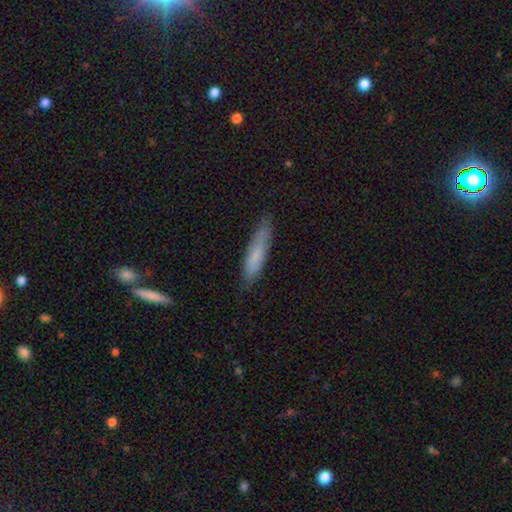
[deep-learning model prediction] smooth-or-featured: smooth: 73% | featured or disk: 21% | star or artifact: 6%
  how-rounded: cigar-shaped: 84% | in between: 15% | round: 1%
  merging: none: 78% | minor disturbance: 17% | major disturbance: 3% | merger: 1%